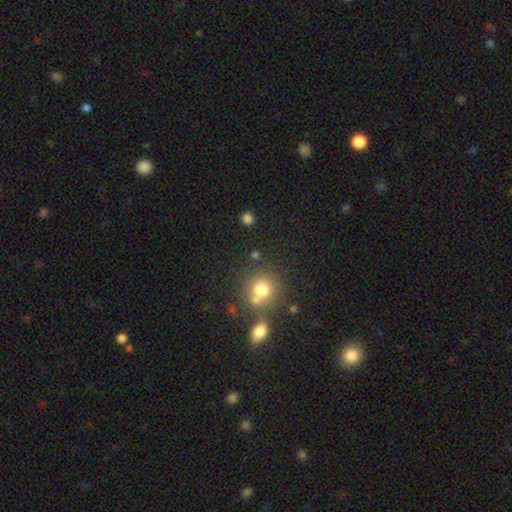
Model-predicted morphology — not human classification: Smooth or featured? Predicted: smooth (p=0.71). How rounded? Predicted: round (p=0.86). Merging? Predicted: none (p=0.64).